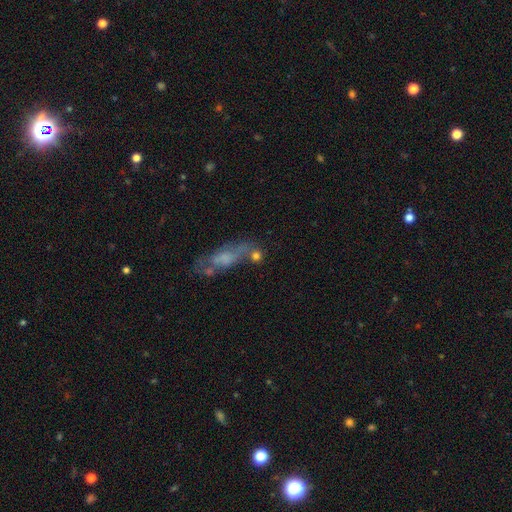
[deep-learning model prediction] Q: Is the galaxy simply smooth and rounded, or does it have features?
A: smooth — 56%.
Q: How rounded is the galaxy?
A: in between — 43%.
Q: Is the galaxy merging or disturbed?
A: none — 42%.